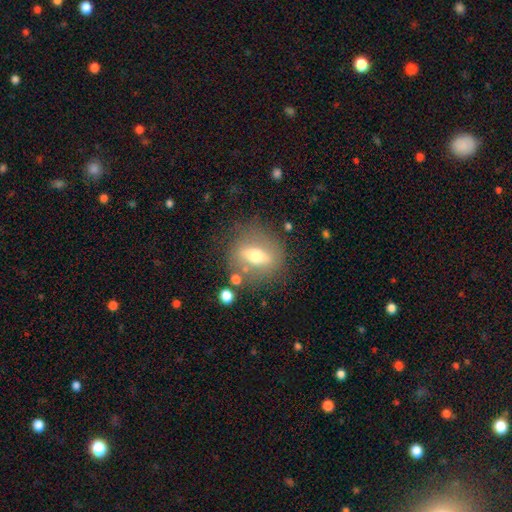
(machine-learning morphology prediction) Smooth or featured: featured or disk — 52% (smooth — 39%)
Edge-on disk: no — 59% (yes — 41%)
Merging: none — 76% (minor disturbance — 13%)